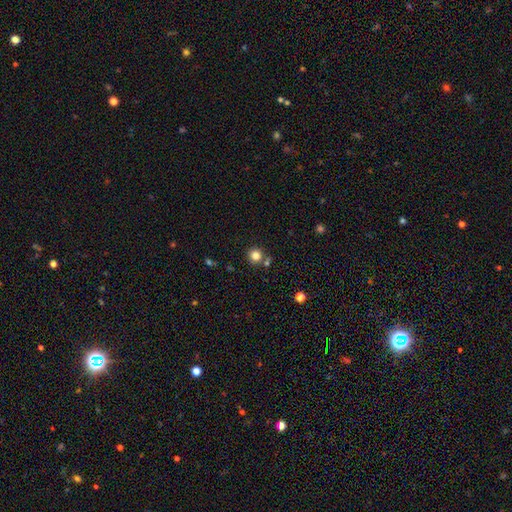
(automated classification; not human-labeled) Morphology: type=smooth (82%); roundness=round (93%); merging=none (79%).